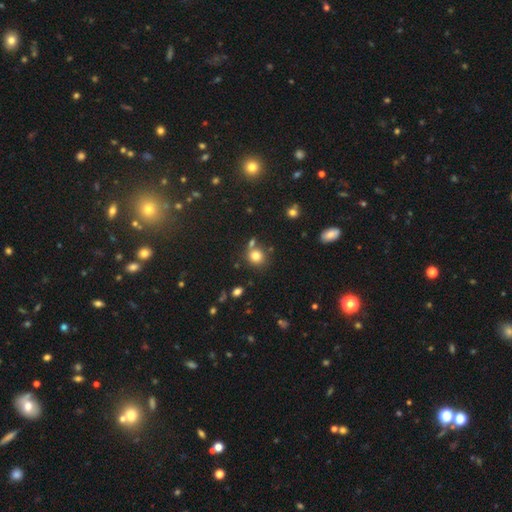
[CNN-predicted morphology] Smooth or featured?
  - smooth: 79% *
  - star or artifact: 14%
  - featured or disk: 8%
How rounded?
  - round: 84% *
  - in between: 15%
  - cigar-shaped: 1%
Merging?
  - none: 69% *
  - merger: 17%
  - minor disturbance: 10%
  - major disturbance: 3%